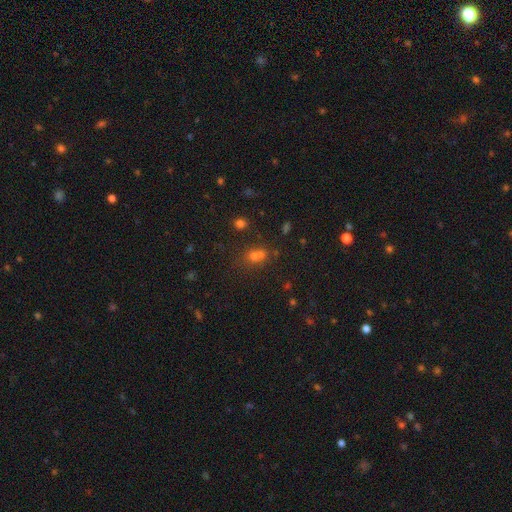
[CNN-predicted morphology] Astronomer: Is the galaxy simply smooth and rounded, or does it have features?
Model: smooth — 54% (runner-up: star or artifact, 33%).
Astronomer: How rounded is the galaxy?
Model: round — 73%.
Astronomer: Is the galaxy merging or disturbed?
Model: none — 46% (runner-up: merger, 41%).